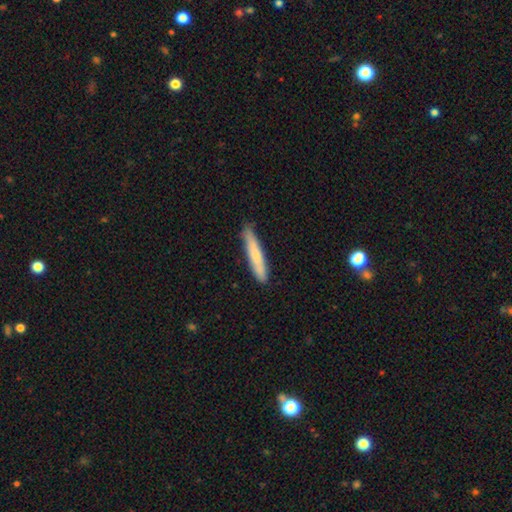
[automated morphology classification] This appears to be a smooth galaxy with no disk features (70%) that is cigar-shaped (91%). Merging: none (84%).